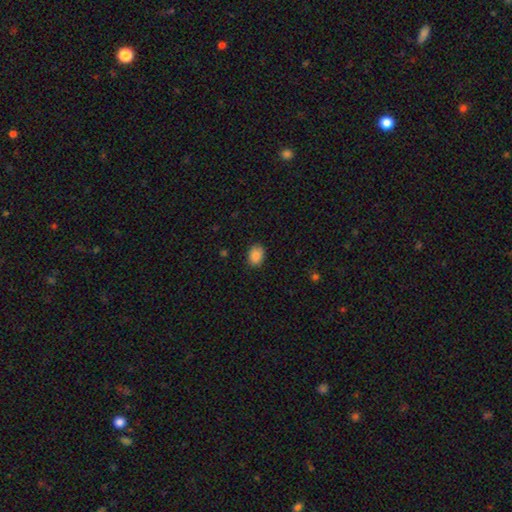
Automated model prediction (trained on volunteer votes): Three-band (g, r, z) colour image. It shows a smooth galaxy with no disk features (88%) that is in between round and cigar-shaped (66%). Merging: none (84%).